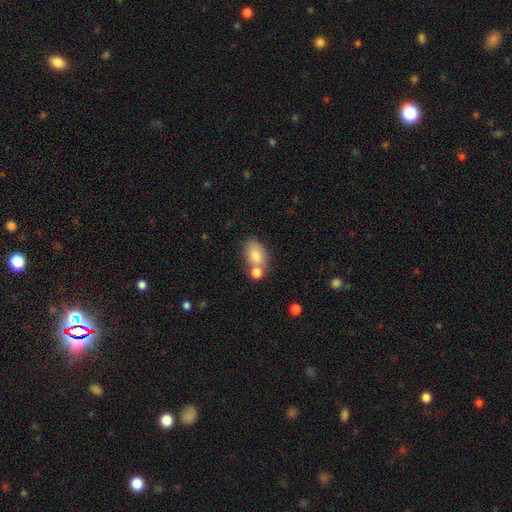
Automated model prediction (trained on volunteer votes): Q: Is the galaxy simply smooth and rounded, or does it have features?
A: smooth — 78%.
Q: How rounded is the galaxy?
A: in between — 85%.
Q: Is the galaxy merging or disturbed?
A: none — 52%.